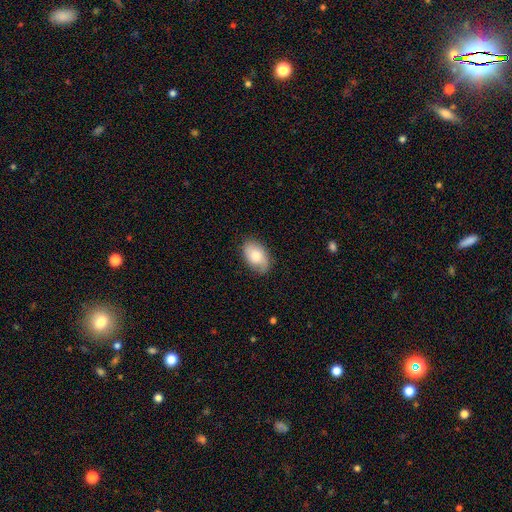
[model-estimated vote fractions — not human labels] smooth-or-featured: smooth: 75% | featured or disk: 19% | star or artifact: 7%
  how-rounded: in between: 91% | round: 8% | cigar-shaped: 1%
  merging: none: 77% | minor disturbance: 18% | major disturbance: 4% | merger: 1%